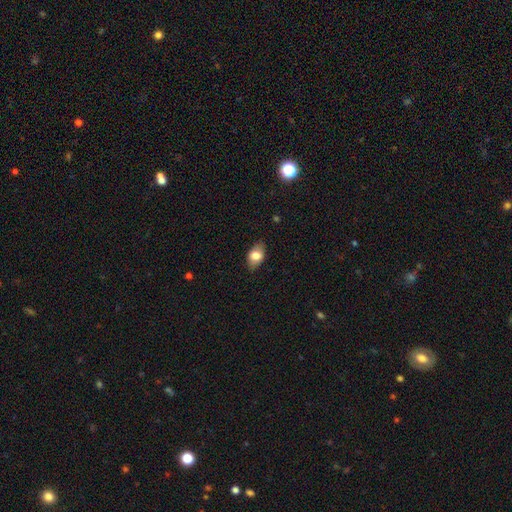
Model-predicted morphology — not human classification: Overall: smooth (76%). How rounded: in between (87%). Merging: none (82%).